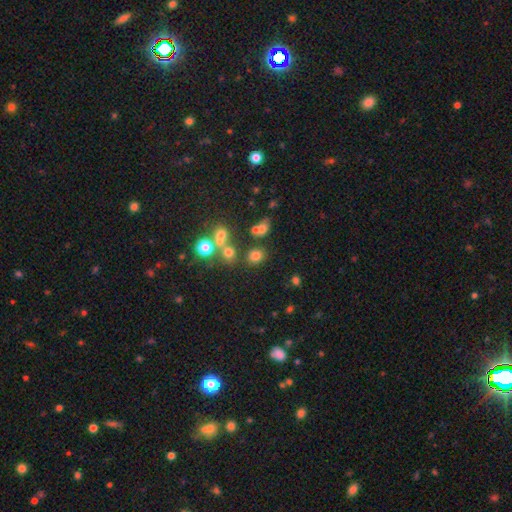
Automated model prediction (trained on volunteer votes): Smooth or featured: smooth — 71% (star or artifact — 20%)
How rounded: round — 75% (in between — 24%)
Merging: none — 70% (merger — 15%)